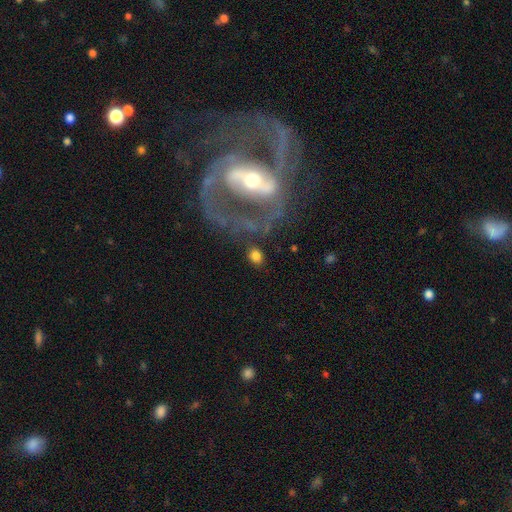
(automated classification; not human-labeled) The model was most divided on "how rounded": in between: 55%, round: 42%, cigar-shaped: 2%. More confident: smooth or featured — smooth (74%); merging — none (72%).